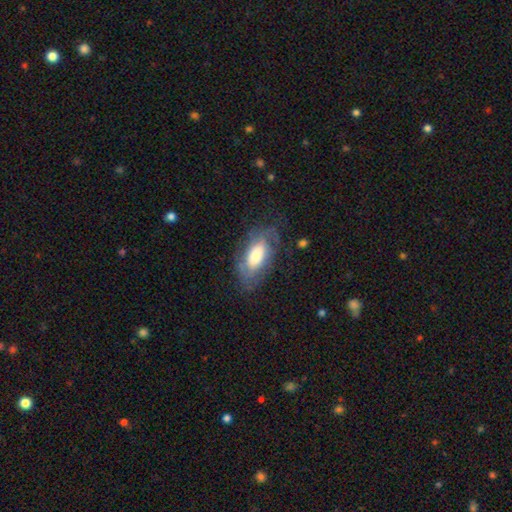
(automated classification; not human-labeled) Morphology: type=featured or disk (56%); edge-on=no (90%); bar=no (66%); spiral arms=yes (75%); bulge=large (54%); merging=none (64%).